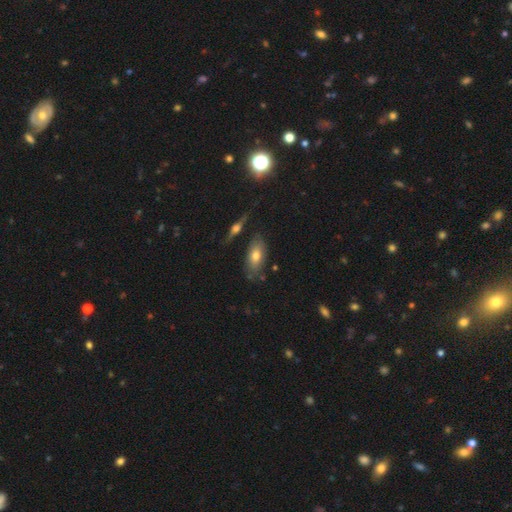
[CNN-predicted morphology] Smooth or featured: smooth — 71% (featured or disk — 22%)
How rounded: in between — 87% (cigar-shaped — 9%)
Merging: none — 74% (minor disturbance — 16%)